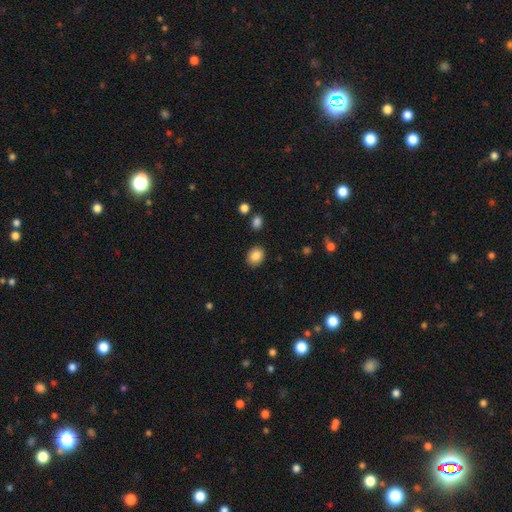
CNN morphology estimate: Smooth or featured?
  - smooth: 86% *
  - star or artifact: 9%
  - featured or disk: 5%
How rounded?
  - in between: 55% *
  - round: 44%
  - cigar-shaped: 1%
Merging?
  - none: 87% *
  - minor disturbance: 9%
  - major disturbance: 2%
  - merger: 2%